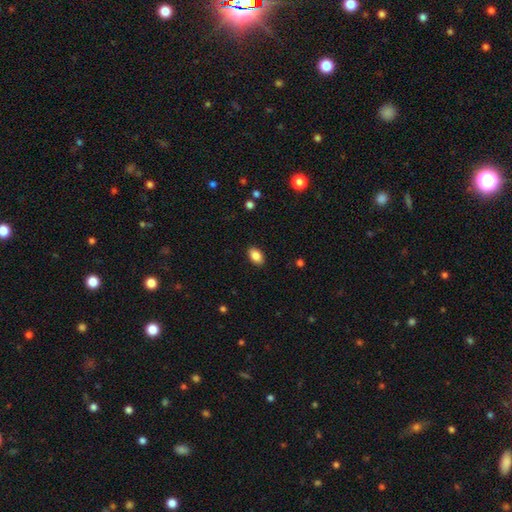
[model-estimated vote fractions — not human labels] Smooth or featured? smooth (86%)
How rounded? in between (90%)
Merging? none (89%)